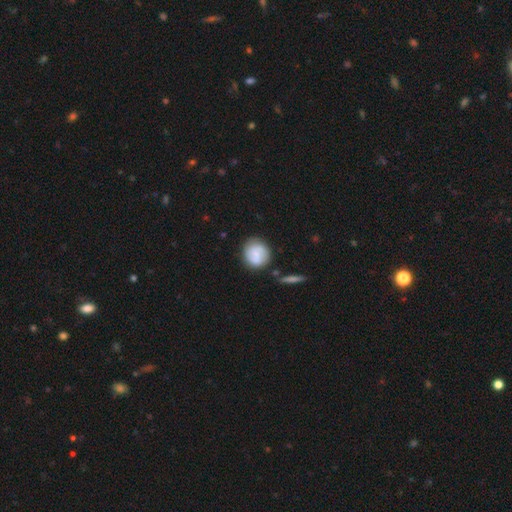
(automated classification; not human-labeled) A smooth galaxy with no disk features (69%) that is round (85%).

Vote fractions:
- Smooth or featured? smooth: 69% / featured or disk: 24% / star or artifact: 7%
- How rounded? round: 85% / in between: 14% / cigar-shaped: 1%
- Merging? none: 74% / minor disturbance: 17% / merger: 5% / major disturbance: 5%